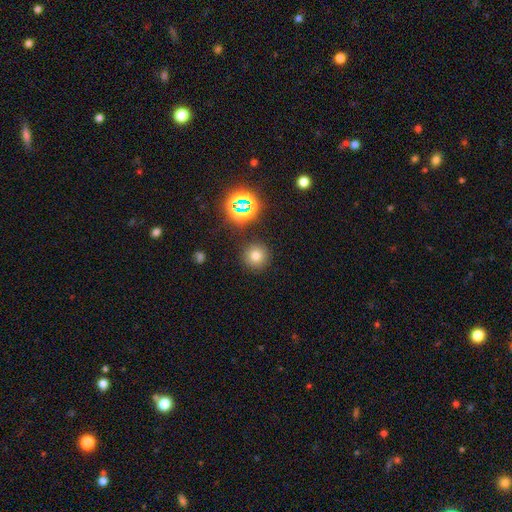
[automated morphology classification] A smooth galaxy with no disk features (71%) that is round (94%).

Vote fractions:
- Smooth or featured? smooth: 71% / star or artifact: 21% / featured or disk: 8%
- How rounded? round: 94% / in between: 5% / cigar-shaped: 1%
- Merging? none: 88% / minor disturbance: 7% / major disturbance: 3% / merger: 3%